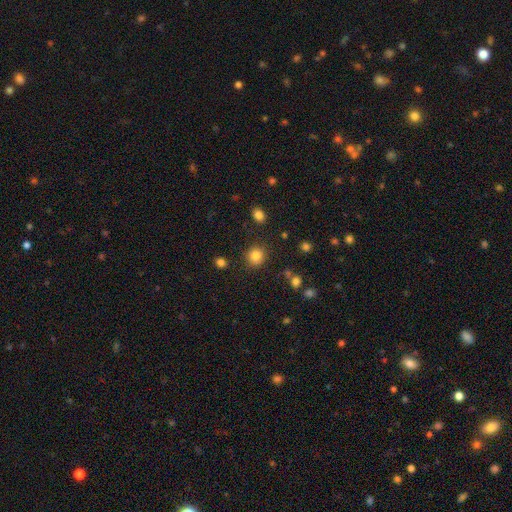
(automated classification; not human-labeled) The model was most divided on "how rounded": round: 84%, in between: 15%, cigar-shaped: 1%. More confident: merging — none (86%); smooth or featured — smooth (84%).